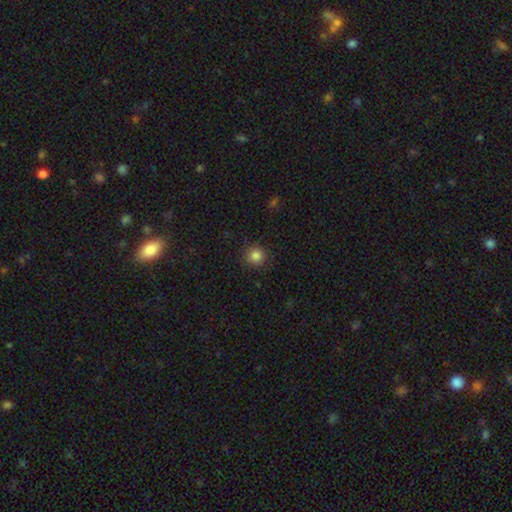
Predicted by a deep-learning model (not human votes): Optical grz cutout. It shows a smooth galaxy with no disk features (84%) that is round (93%). Merging: none (90%).